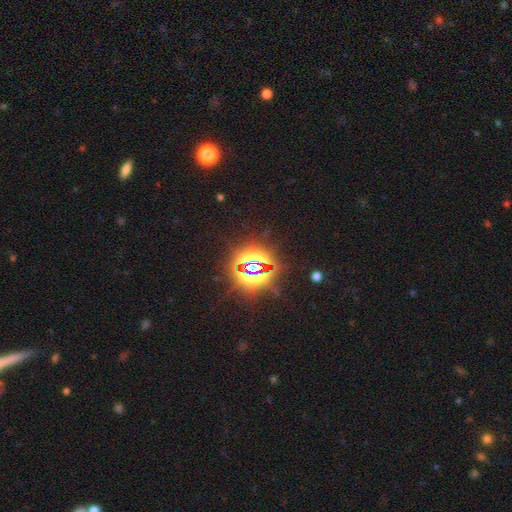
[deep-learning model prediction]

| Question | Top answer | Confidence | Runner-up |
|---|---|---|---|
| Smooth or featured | star or artifact | 82% | smooth (10%) |